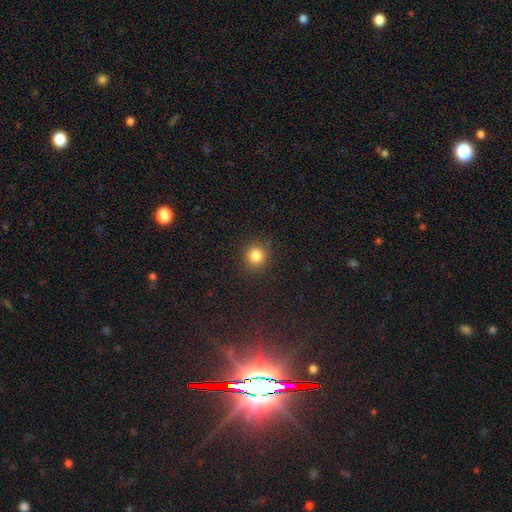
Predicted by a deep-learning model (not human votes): The model was most divided on "smooth or featured": smooth: 84%, star or artifact: 12%, featured or disk: 4%. More confident: how rounded — round (93%); merging — none (90%).